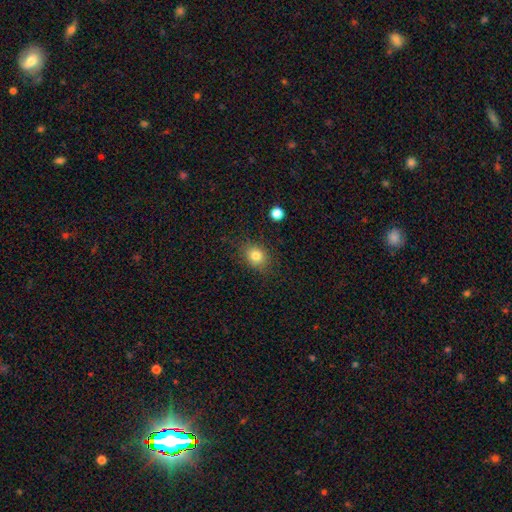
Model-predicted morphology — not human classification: smooth-or-featured: smooth: 81% | star or artifact: 11% | featured or disk: 8%
  how-rounded: round: 52% | in between: 47% | cigar-shaped: 1%
  merging: none: 83% | minor disturbance: 12% | major disturbance: 3% | merger: 1%